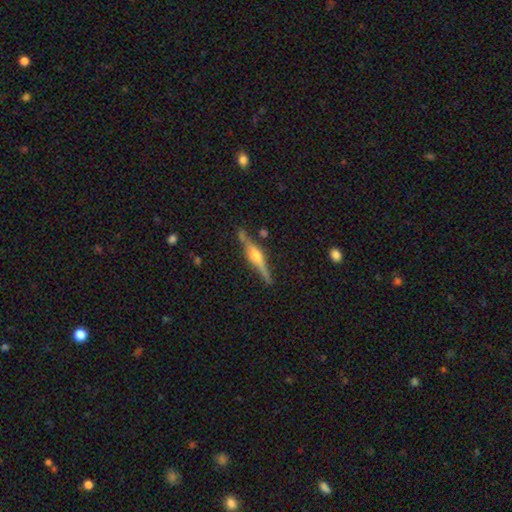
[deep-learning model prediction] Smooth or featured: featured or disk — 81% (smooth — 14%)
Edge-on disk: yes — 98% (no — 2%)
Edge-on bulge: rounded — 90% (boxy — 8%)
Merging: none — 85% (minor disturbance — 10%)